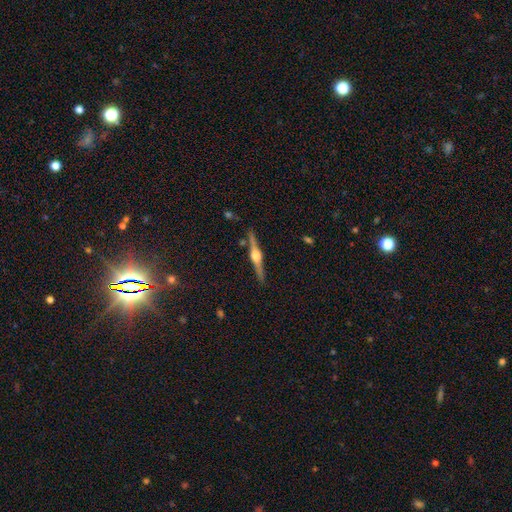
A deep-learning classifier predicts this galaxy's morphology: Smooth or featured? featured or disk (84%)
Edge-on disk? yes (98%)
Edge-on bulge? rounded (95%)
Merging? none (89%)